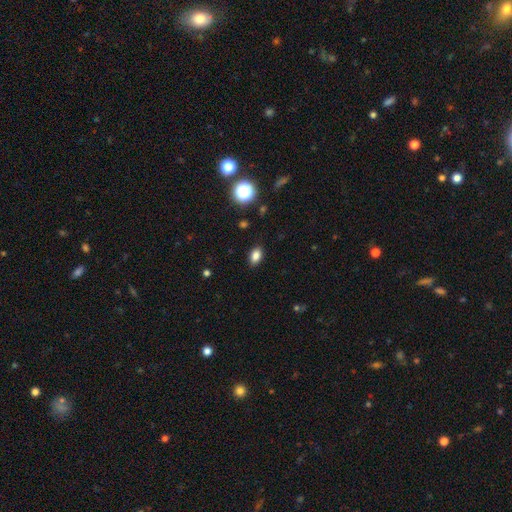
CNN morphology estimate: The model was most divided on "how rounded": in between: 84%, round: 14%, cigar-shaped: 2%. More confident: merging — none (87%); smooth or featured — smooth (82%).